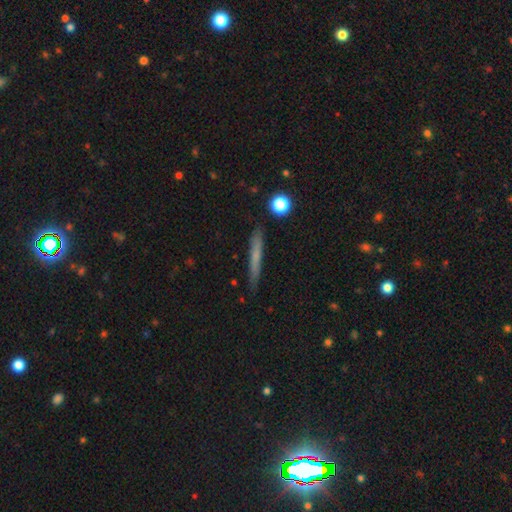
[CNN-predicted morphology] Smooth or featured: smooth — 62% (featured or disk — 30%)
How rounded: cigar-shaped — 95% (in between — 3%)
Merging: none — 87% (minor disturbance — 10%)